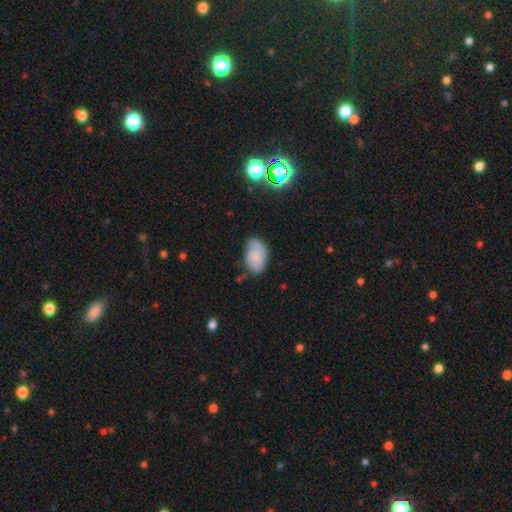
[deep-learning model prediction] The model was most divided on "merging": none: 59%, minor disturbance: 31%, major disturbance: 8%, merger: 3%. More confident: how rounded — in between (92%); smooth or featured — smooth (74%).